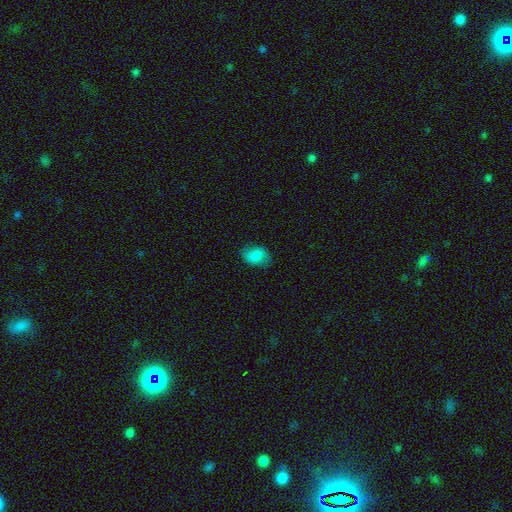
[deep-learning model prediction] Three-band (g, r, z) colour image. It shows a smooth galaxy with no disk features (78%) that is in between round and cigar-shaped (76%). Merging: none (74%).